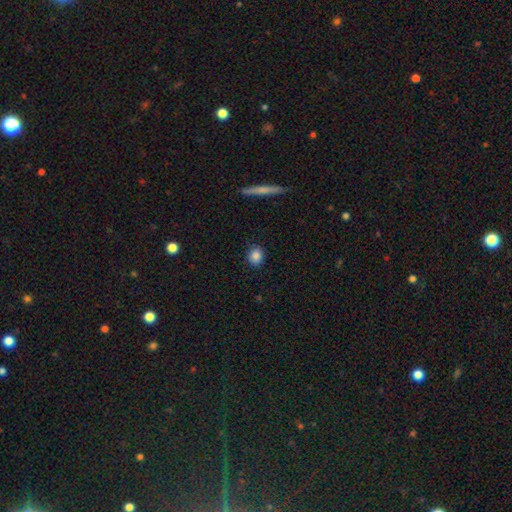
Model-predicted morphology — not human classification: The model was most divided on "how rounded": round: 69%, in between: 29%, cigar-shaped: 2%. More confident: merging — none (89%); smooth or featured — smooth (85%).